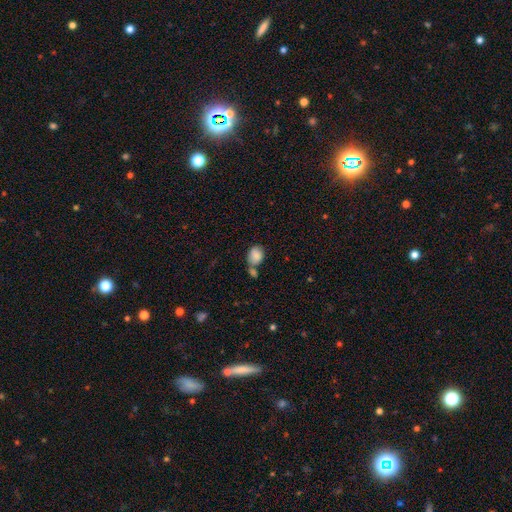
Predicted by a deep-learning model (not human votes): Q: Smooth or featured?
A: smooth (85%); runner-up: star or artifact (8%)
Q: How rounded?
A: in between (63%); runner-up: round (36%)
Q: Merging?
A: none (45%); runner-up: merger (33%)